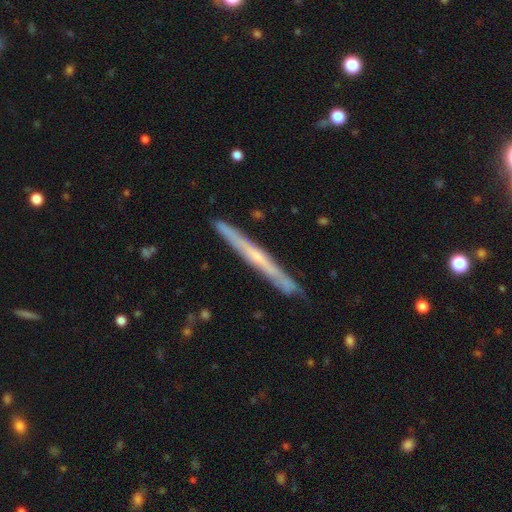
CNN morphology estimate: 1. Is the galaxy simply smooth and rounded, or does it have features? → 64% featured or disk, 31% smooth, 5% star or artifact.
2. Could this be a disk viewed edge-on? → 96% yes, 4% no.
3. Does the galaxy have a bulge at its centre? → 60% none, 35% rounded, 5% boxy.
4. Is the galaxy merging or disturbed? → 85% none, 11% minor disturbance, 2% merger, 2% major disturbance.